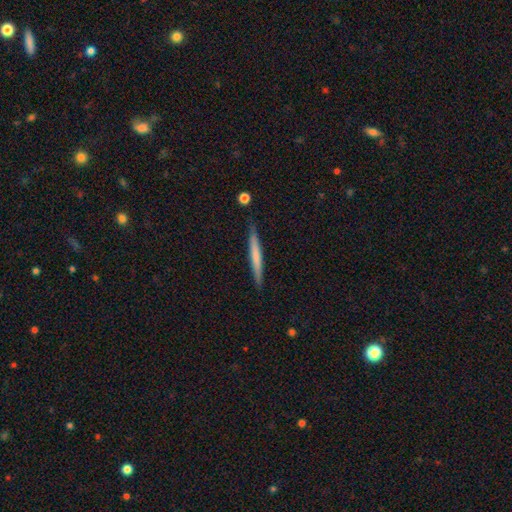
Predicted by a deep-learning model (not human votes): A smooth galaxy with no disk features (57%) that is cigar-shaped (97%). Merging: none (88%).